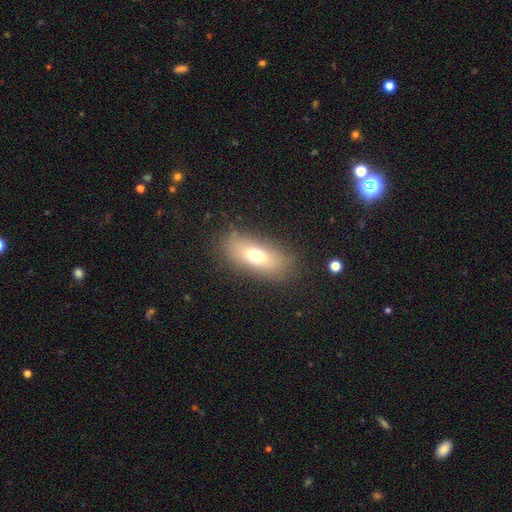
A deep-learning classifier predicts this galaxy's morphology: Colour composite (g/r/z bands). It shows a smooth galaxy with no disk features (67%) that is in between round and cigar-shaped (76%). Merging: none (81%).